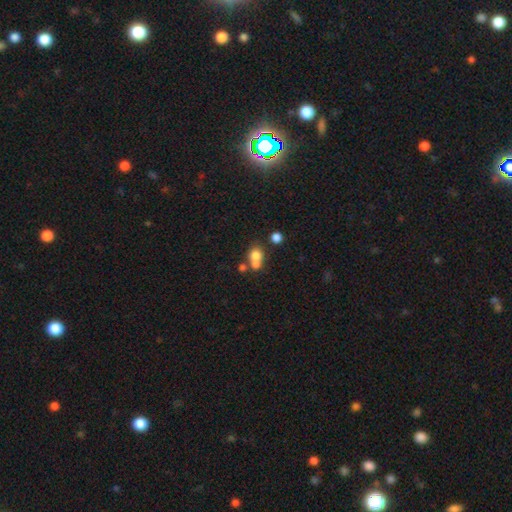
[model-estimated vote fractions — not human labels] Overall: smooth (73%). How rounded: round (78%). Merging: merger (52%; none 38%).